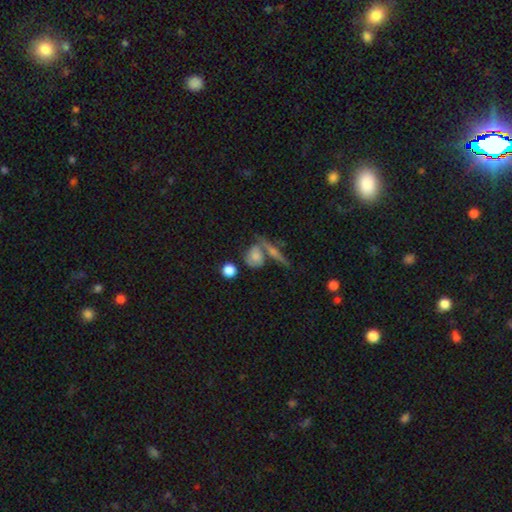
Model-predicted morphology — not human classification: type=smooth (62%); roundness=round (54%); merging=none (49%).